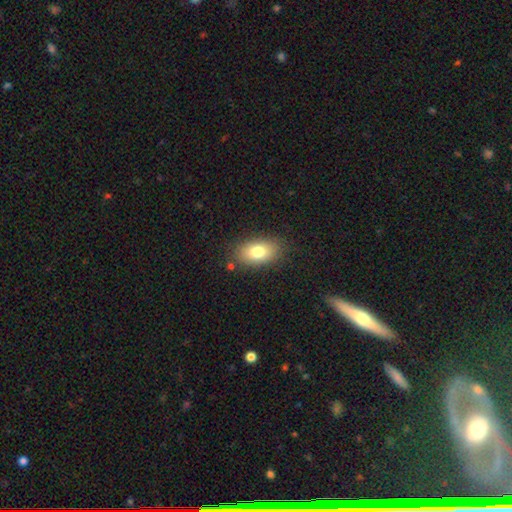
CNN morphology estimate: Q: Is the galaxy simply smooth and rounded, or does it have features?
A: smooth — 75%.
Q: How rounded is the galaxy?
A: in between — 84%.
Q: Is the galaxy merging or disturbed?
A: none — 86%.